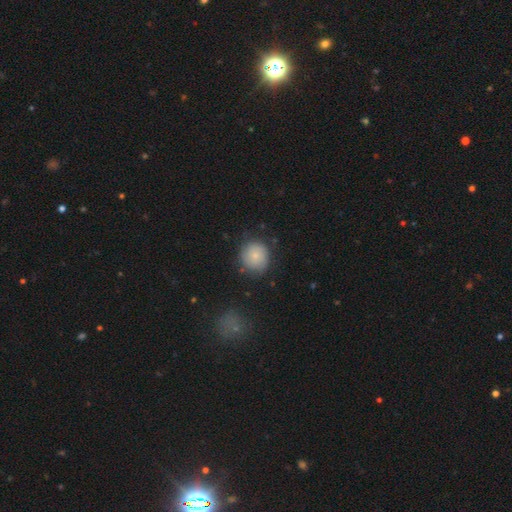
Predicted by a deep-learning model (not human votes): A smooth galaxy with no disk features (80%) that is round (91%). Merging: none (81%).